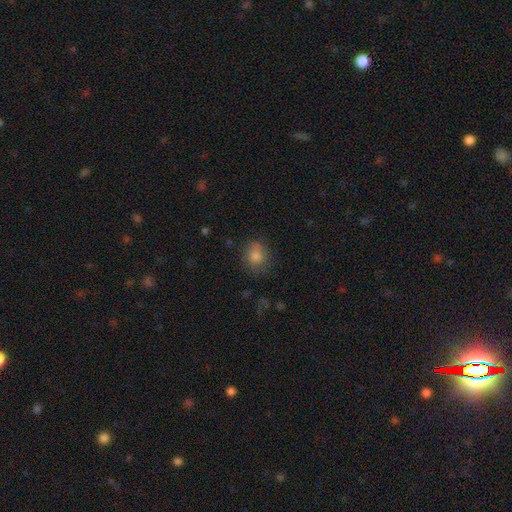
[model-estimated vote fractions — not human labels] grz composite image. It shows a smooth galaxy with no disk features (77%) that is round (73%). Merging: none (76%).